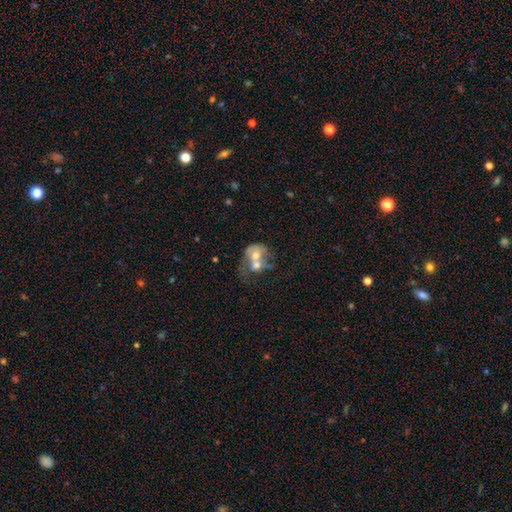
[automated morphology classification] Smooth or featured? smooth (46%)
Merging? merger (75%)